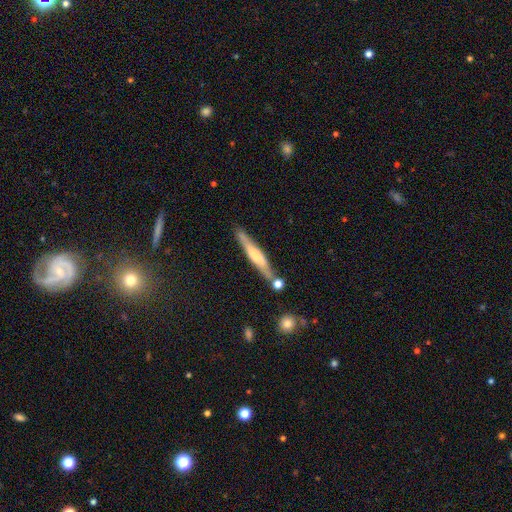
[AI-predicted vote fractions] A featured or disk galaxy (49%). Merging: none (72%).